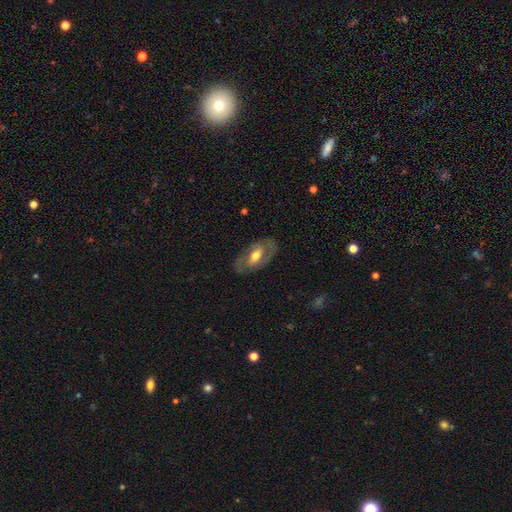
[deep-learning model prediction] Smooth or featured? Predicted: featured or disk (p=0.57). Edge-on disk? Predicted: no (p=0.87). Merging? Predicted: none (p=0.80).